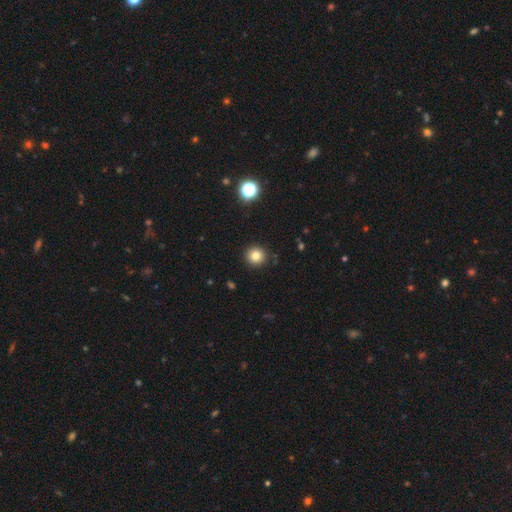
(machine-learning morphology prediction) smooth 81%, star or artifact 13%, featured or disk 6%. Down the decision tree: how rounded — round (94%); merging — none (91%).